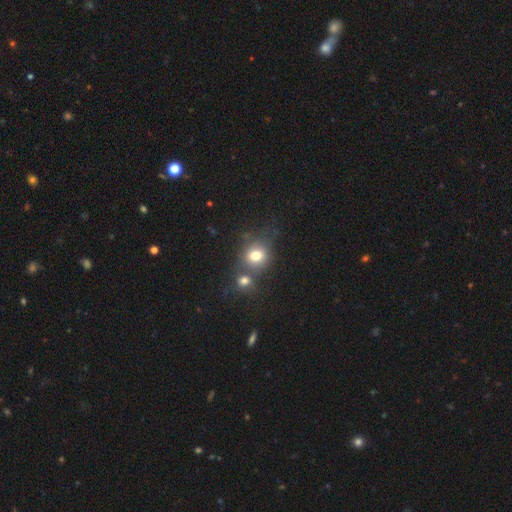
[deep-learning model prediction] smooth 75%, star or artifact 13%, featured or disk 12%. Down the decision tree: how rounded — round (77%); merging — none (48%).